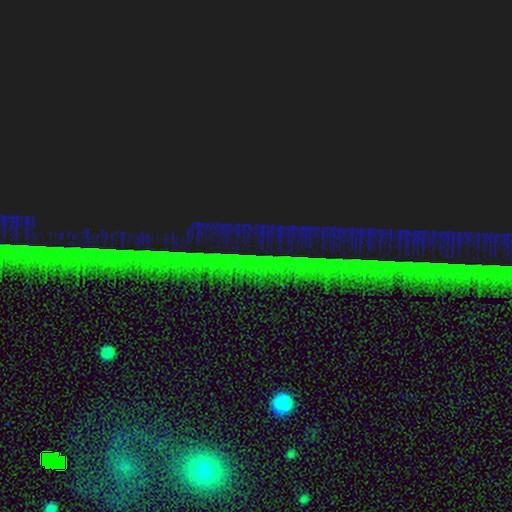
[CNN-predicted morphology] A star or artifact, not a galaxy (85%).